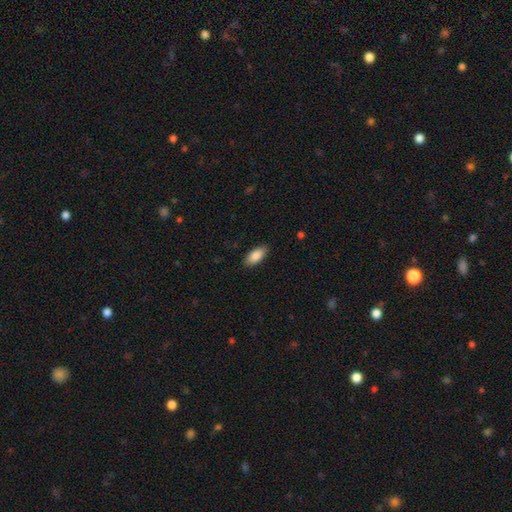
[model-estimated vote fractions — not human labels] smooth 87%, featured or disk 7%, star or artifact 6%. Down the decision tree: how rounded — in between (88%); merging — none (88%).